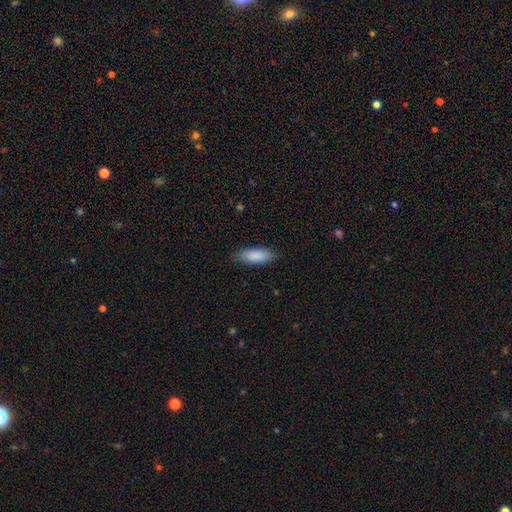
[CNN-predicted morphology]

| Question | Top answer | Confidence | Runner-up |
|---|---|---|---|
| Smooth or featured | smooth | 89% | featured or disk (6%) |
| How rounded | in between | 75% | cigar-shaped (23%) |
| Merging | none | 85% | minor disturbance (12%) |